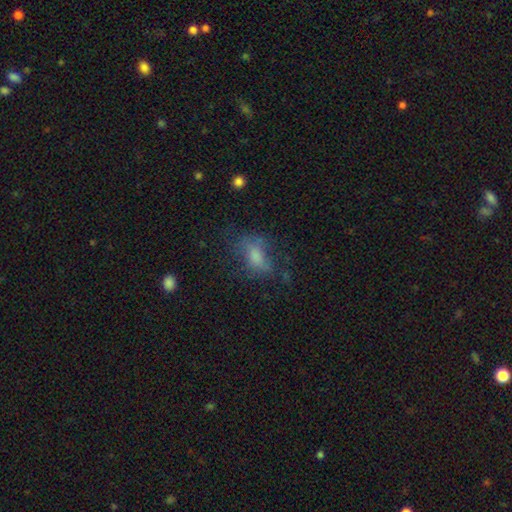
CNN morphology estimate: Q: Smooth or featured?
A: smooth (65%); runner-up: featured or disk (22%)
Q: How rounded?
A: in between (82%); runner-up: round (11%)
Q: Merging?
A: none (48%); runner-up: minor disturbance (25%)